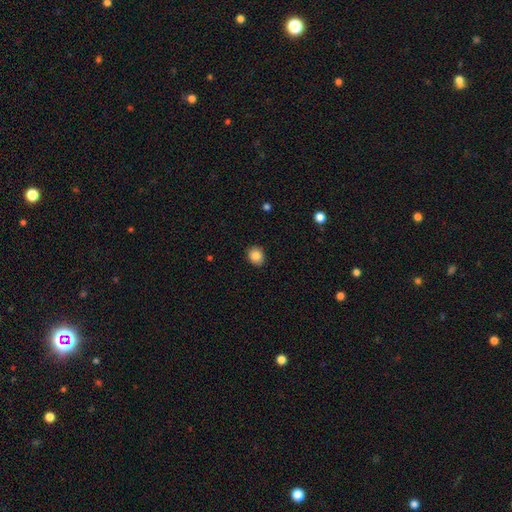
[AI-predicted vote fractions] Smooth or featured?
  - smooth: 86% *
  - star or artifact: 9%
  - featured or disk: 5%
How rounded?
  - round: 60% *
  - in between: 39%
  - cigar-shaped: 1%
Merging?
  - none: 87% *
  - minor disturbance: 10%
  - major disturbance: 2%
  - merger: 1%